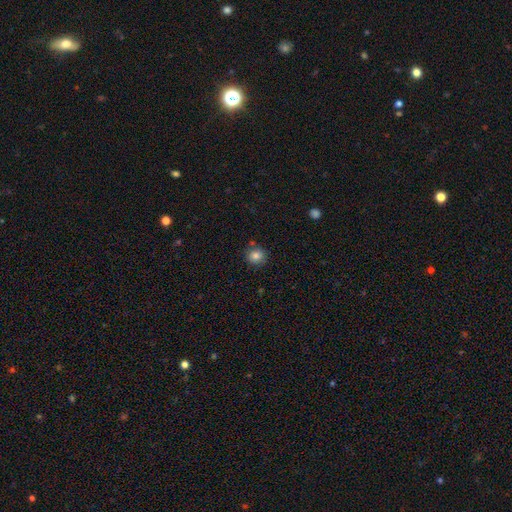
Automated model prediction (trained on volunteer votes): Smooth or featured: smooth — 83% (star or artifact — 11%)
How rounded: round — 88% (in between — 11%)
Merging: none — 83% (minor disturbance — 10%)